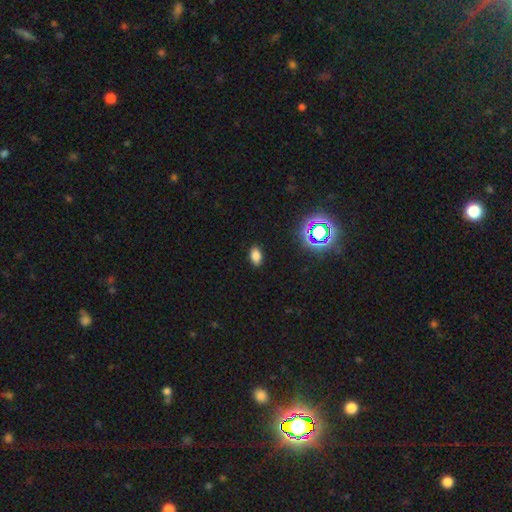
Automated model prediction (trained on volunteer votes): Smooth or featured? Predicted: smooth (p=0.78). How rounded? Predicted: in between (p=0.90). Merging? Predicted: none (p=0.89).